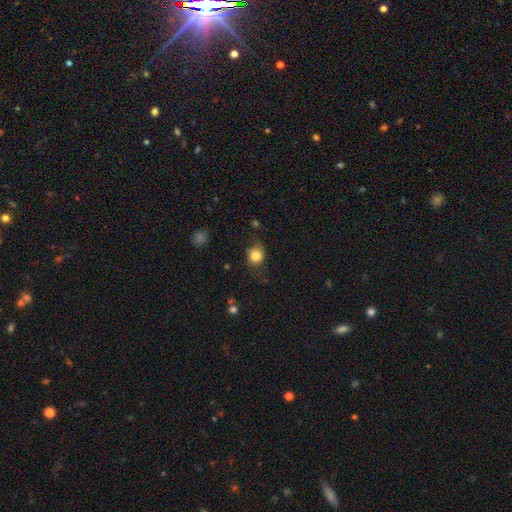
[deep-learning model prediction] smooth 82%, star or artifact 10%, featured or disk 8%. Down the decision tree: how rounded — round (69%); merging — none (67%).